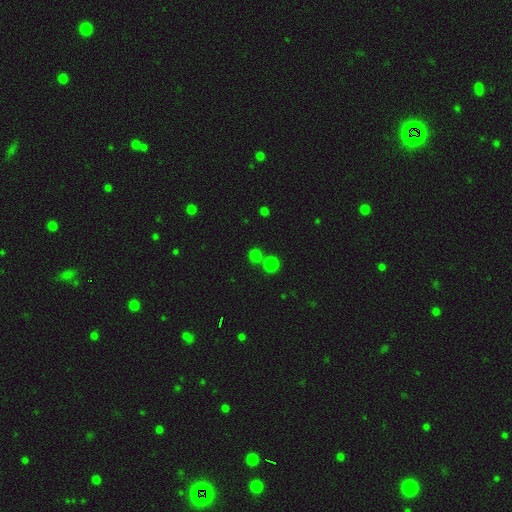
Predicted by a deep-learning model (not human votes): smooth_or_featured: smooth (p=0.73) [alt: star or artifact p=0.22]
how_rounded: round (p=0.87) [alt: in between p=0.12]
merging: none (p=0.68) [alt: merger p=0.20]